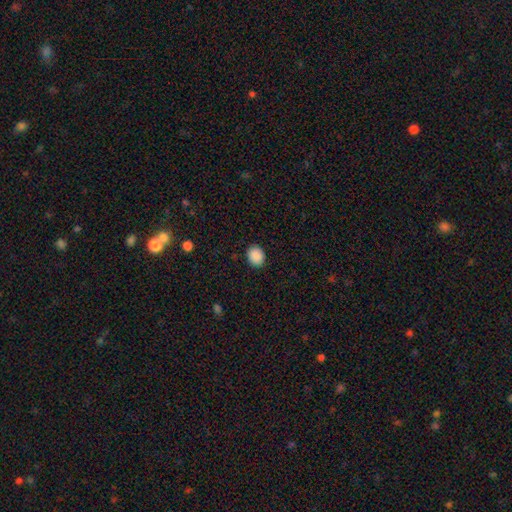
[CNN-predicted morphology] smooth-or-featured: smooth: 89% | star or artifact: 8% | featured or disk: 2%
  how-rounded: round: 66% | in between: 33% | cigar-shaped: 1%
  merging: none: 90% | minor disturbance: 7% | major disturbance: 2% | merger: 1%